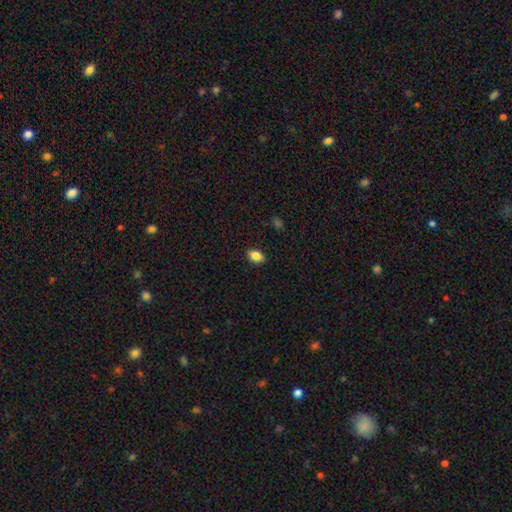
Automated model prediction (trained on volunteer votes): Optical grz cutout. It shows a smooth galaxy with no disk features (86%) that is in between round and cigar-shaped (87%). Merging: none (89%).